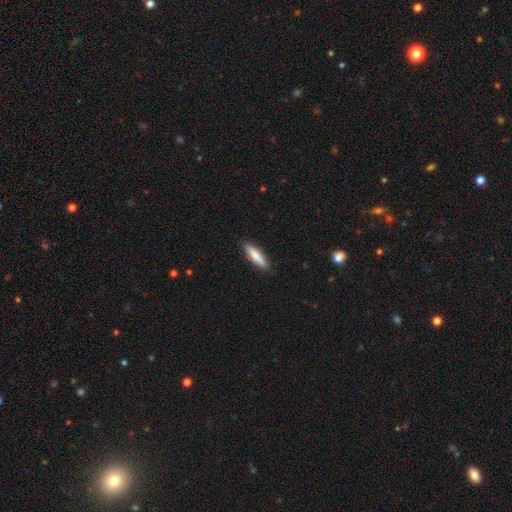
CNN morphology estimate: Q: Smooth or featured?
A: smooth (83%); runner-up: featured or disk (12%)
Q: How rounded?
A: cigar-shaped (73%); runner-up: in between (25%)
Q: Merging?
A: none (88%); runner-up: minor disturbance (9%)